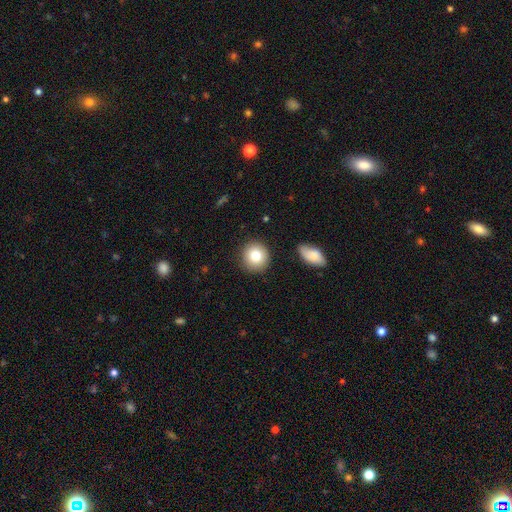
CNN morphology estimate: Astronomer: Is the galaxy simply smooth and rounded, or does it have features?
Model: smooth — 82%.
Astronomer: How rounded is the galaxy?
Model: round — 89%.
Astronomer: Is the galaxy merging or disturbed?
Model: none — 87%.